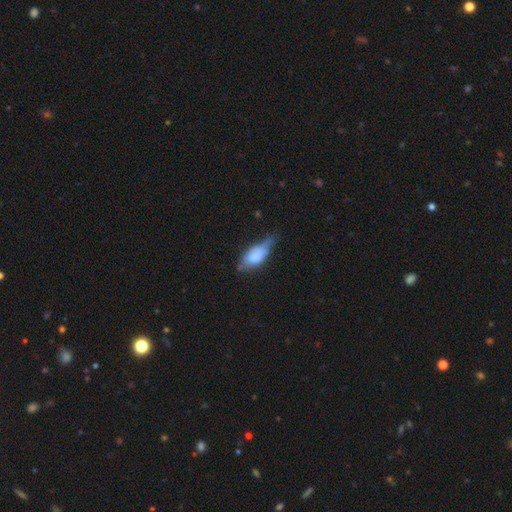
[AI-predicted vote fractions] Smooth or featured: smooth — 66% (featured or disk — 26%)
How rounded: in between — 79% (cigar-shaped — 17%)
Merging: minor disturbance — 44% (none — 32%)